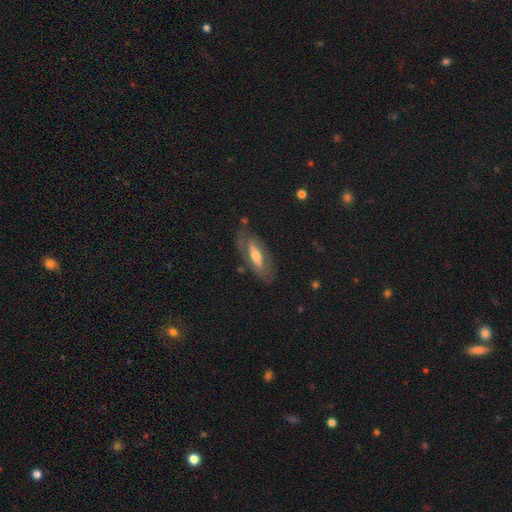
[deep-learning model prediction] A featured or disk galaxy (63%). Merging: none (73%).